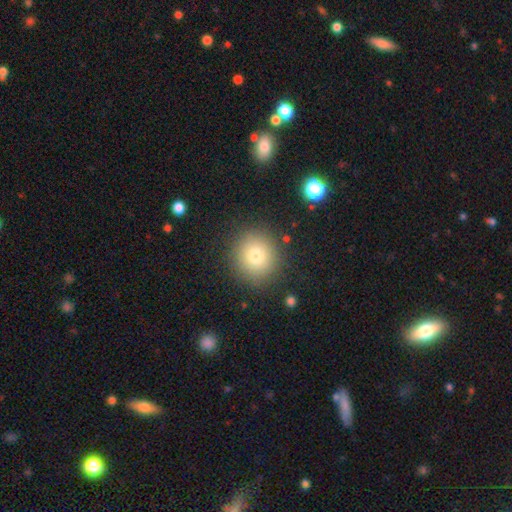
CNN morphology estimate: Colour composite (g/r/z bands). It shows a smooth galaxy with no disk features (77%) that is round (92%). Merging: none (88%).